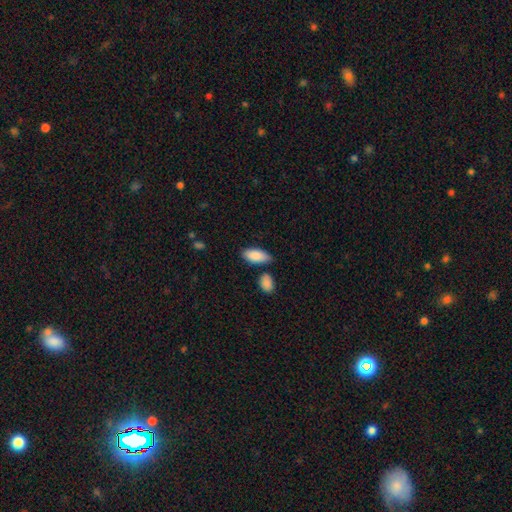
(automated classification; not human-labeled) Smooth or featured: smooth — 88% (featured or disk — 6%)
How rounded: in between — 89% (cigar-shaped — 8%)
Merging: none — 73% (minor disturbance — 15%)